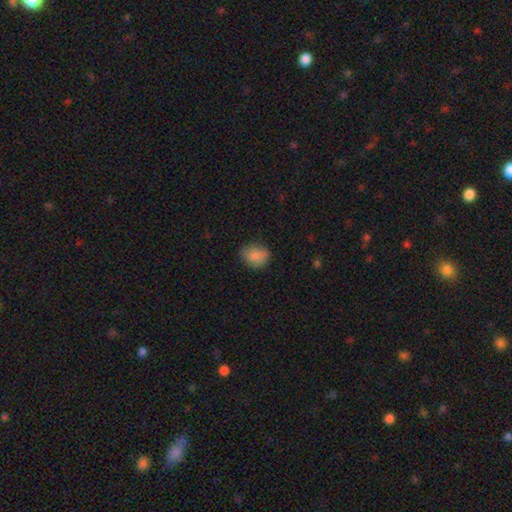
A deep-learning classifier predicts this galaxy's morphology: smooth 84%, star or artifact 9%, featured or disk 7%. Down the decision tree: how rounded — round (58%); merging — none (74%).